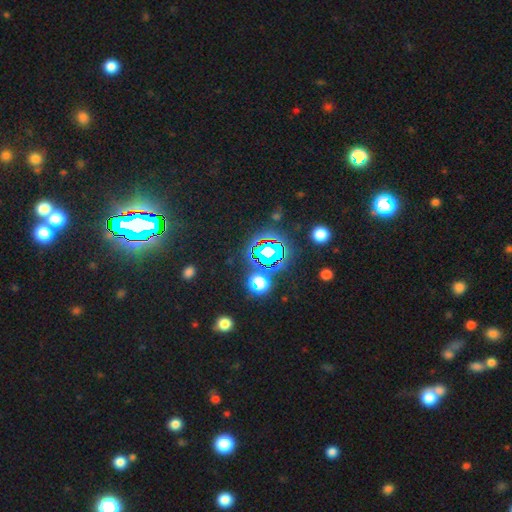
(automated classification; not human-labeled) Smooth or featured: star or artifact — 78% (smooth — 13%)